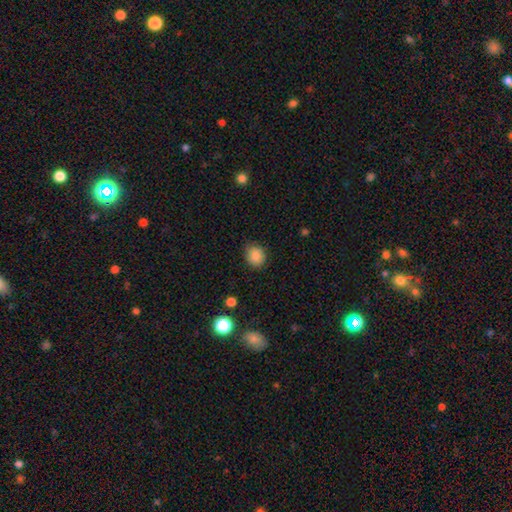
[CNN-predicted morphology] This is clearly a smooth galaxy (85%). How rounded: likely round (79%). Merging: clearly none (85%).